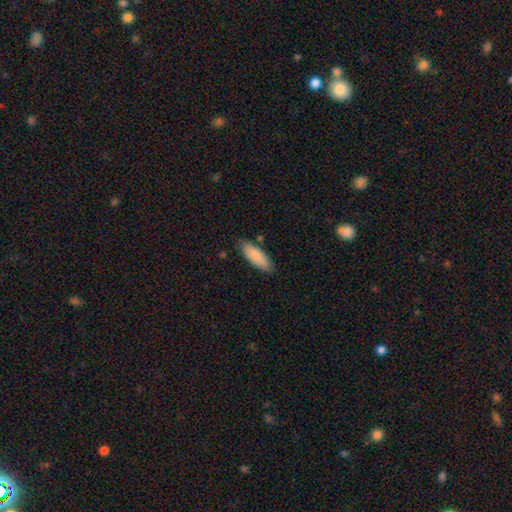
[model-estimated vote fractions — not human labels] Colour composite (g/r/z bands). It shows a smooth galaxy with no disk features (85%) that is in between round and cigar-shaped (66%). Merging: none (82%).